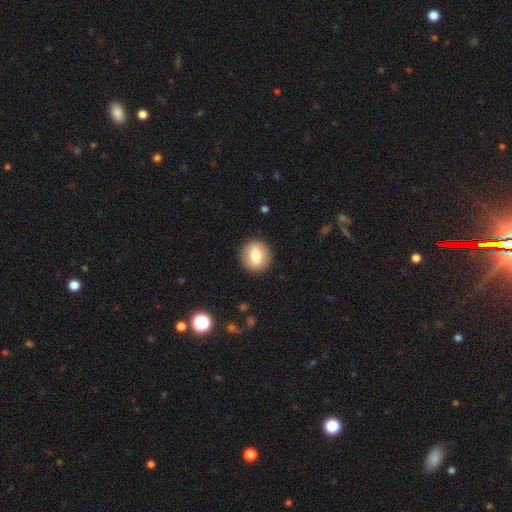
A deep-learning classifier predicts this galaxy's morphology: smooth 74%, featured or disk 18%, star or artifact 8%. Down the decision tree: how rounded — round (86%); merging — none (91%).